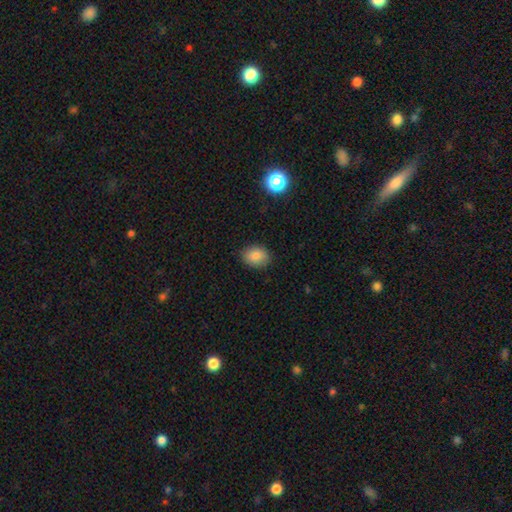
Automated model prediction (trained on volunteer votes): A smooth galaxy with no disk features (84%) that is in between round and cigar-shaped (62%). Merging: none (87%).